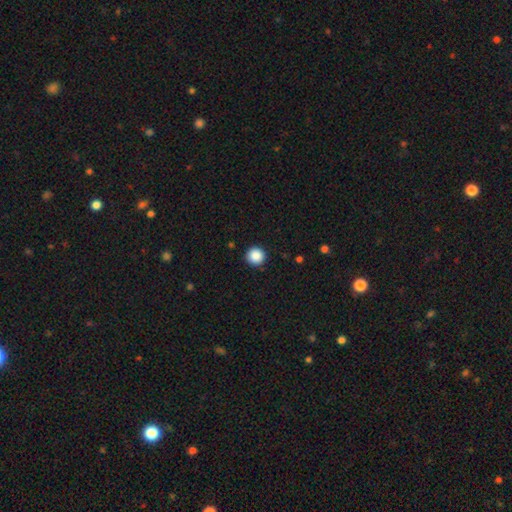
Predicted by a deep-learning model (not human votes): The model was most divided on "smooth or featured": smooth: 88%, star or artifact: 9%, featured or disk: 3%. More confident: how rounded — round (95%); merging — none (92%).